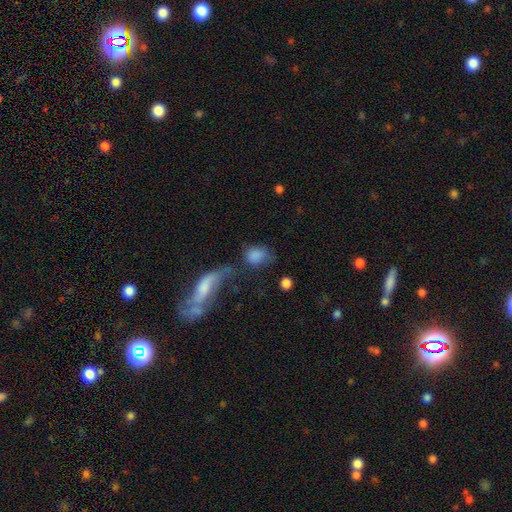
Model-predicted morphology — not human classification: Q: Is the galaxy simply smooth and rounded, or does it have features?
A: smooth — 79%.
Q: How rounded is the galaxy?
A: in between — 55%.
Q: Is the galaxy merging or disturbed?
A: none — 41%.